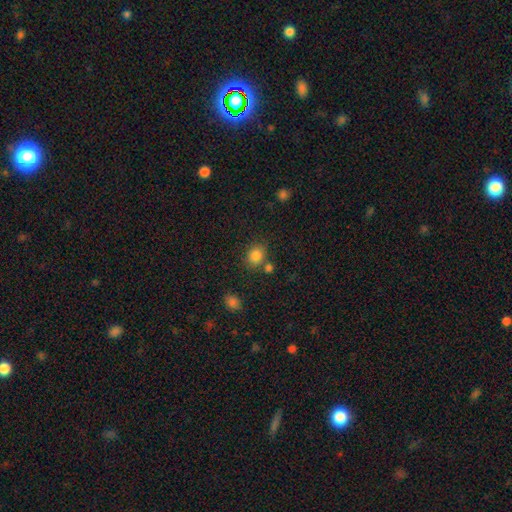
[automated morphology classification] Q: Smooth or featured?
A: smooth (84%); runner-up: star or artifact (11%)
Q: How rounded?
A: round (59%); runner-up: in between (40%)
Q: Merging?
A: none (69%); runner-up: merger (14%)